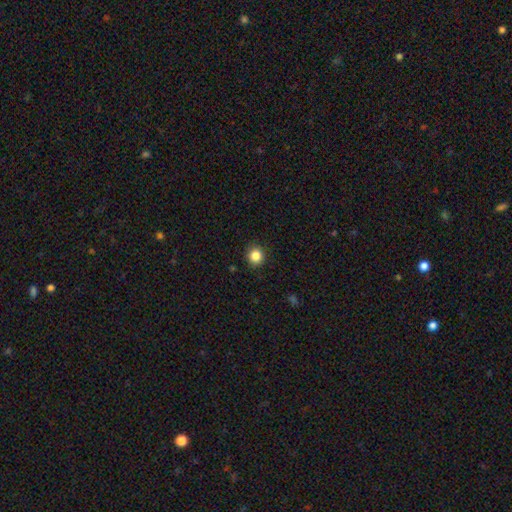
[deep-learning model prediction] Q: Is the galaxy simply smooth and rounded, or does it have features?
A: smooth — 85%.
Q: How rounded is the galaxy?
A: round — 90%.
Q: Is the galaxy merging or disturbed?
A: none — 91%.